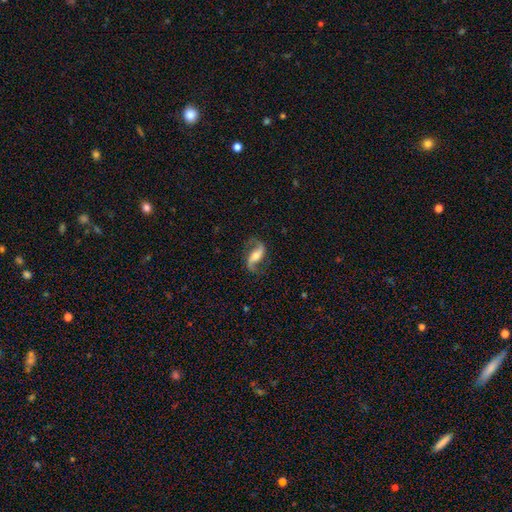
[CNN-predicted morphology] This appears to be a featured or disk galaxy (86%) with a strong bar (39%), 2 (93%) loose (68%) spiral arms (96%) and a moderate central bulge (52%). Merging: none (79%).